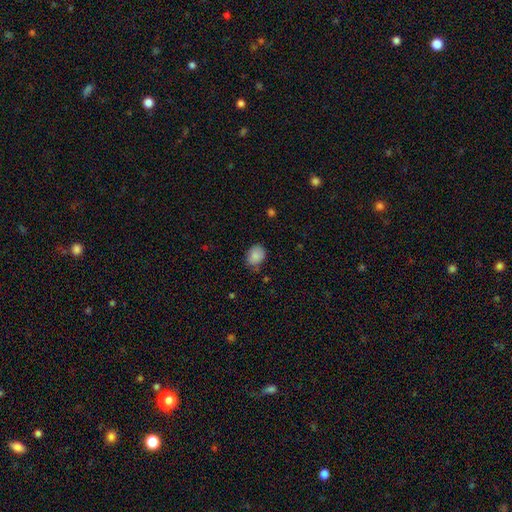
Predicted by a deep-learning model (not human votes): Q: Smooth or featured?
A: smooth (86%); runner-up: star or artifact (8%)
Q: How rounded?
A: in between (51%); runner-up: round (48%)
Q: Merging?
A: none (71%); runner-up: minor disturbance (23%)